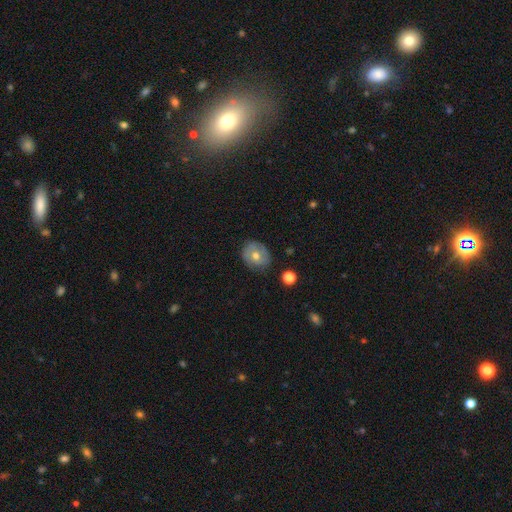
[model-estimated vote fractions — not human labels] smooth_or_featured: smooth (p=0.50) [alt: featured or disk p=0.40]
how_rounded: round (p=0.65) [alt: in between p=0.34]
merging: none (p=0.79) [alt: minor disturbance p=0.15]